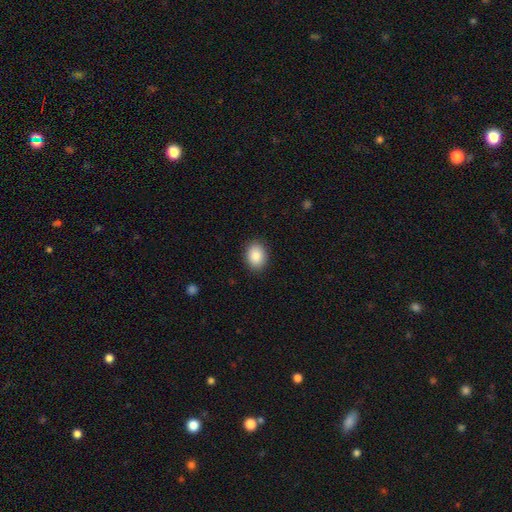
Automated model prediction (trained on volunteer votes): Smooth or featured? smooth (88%)
How rounded? in between (63%)
Merging? none (89%)